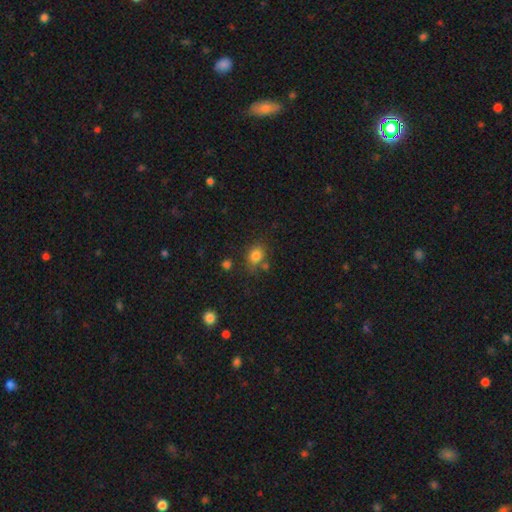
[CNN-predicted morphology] This appears to be a smooth galaxy with no disk features (81%) that is in between round and cigar-shaped (57%). Merging: none (66%).